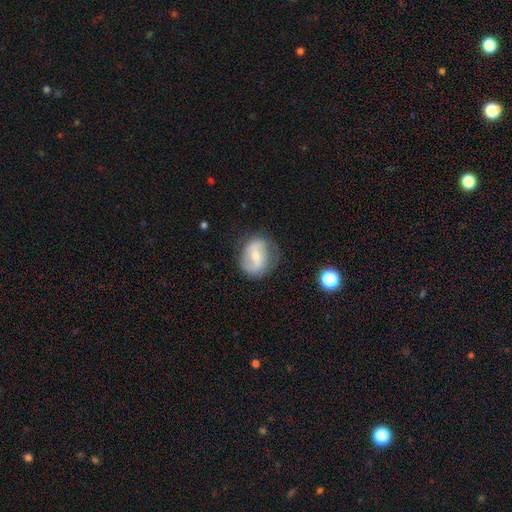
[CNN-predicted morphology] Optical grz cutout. It shows a featured or disk galaxy (62%) with a weak bar (46%), spiral arms (82%) and a small central bulge (51%). Merging: none (70%).